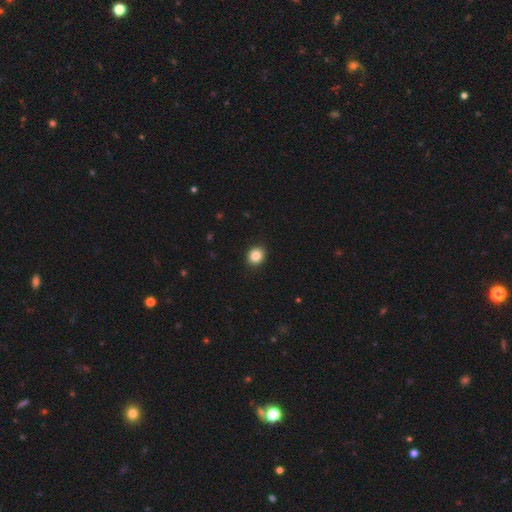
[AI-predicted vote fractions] Morphology: type=smooth (86%); roundness=round (71%); merging=none (91%).